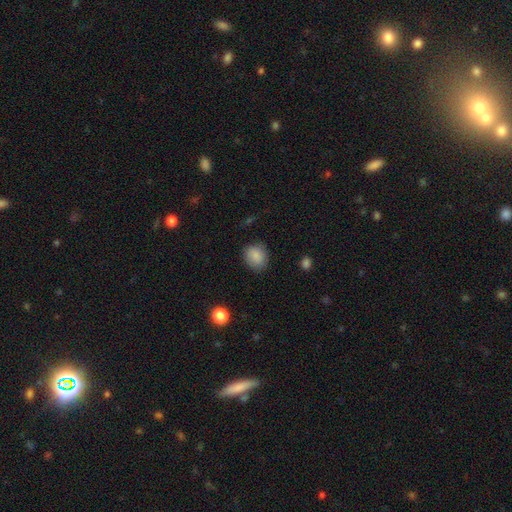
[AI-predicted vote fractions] This is clearly a smooth galaxy (86%). How rounded: likely round (62%). Merging: clearly none (81%).